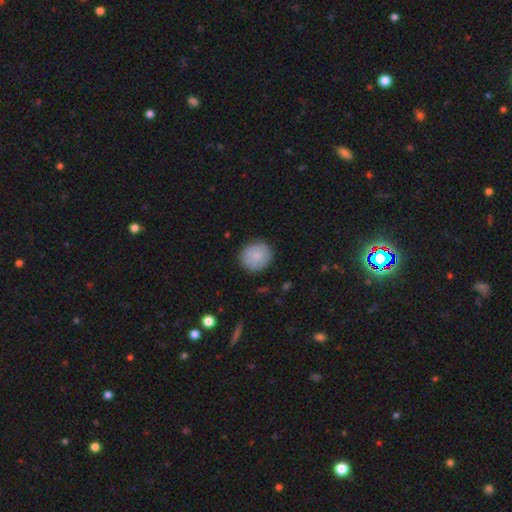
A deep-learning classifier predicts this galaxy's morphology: Smooth or featured? smooth (83%)
How rounded? round (86%)
Merging? none (86%)